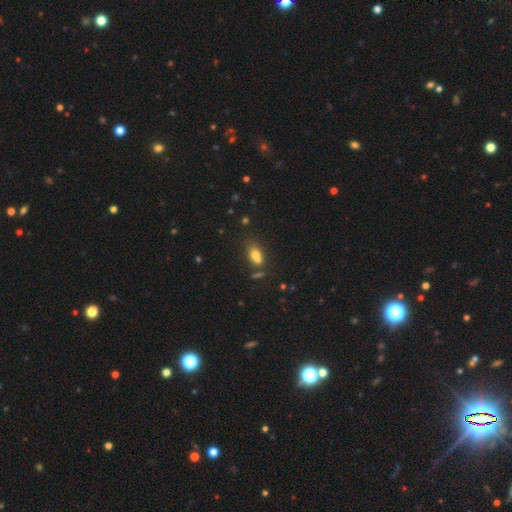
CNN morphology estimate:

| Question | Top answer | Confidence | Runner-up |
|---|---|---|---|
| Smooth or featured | smooth | 76% | featured or disk (12%) |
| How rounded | in between | 82% | round (12%) |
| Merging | none | 52% | merger (22%) |